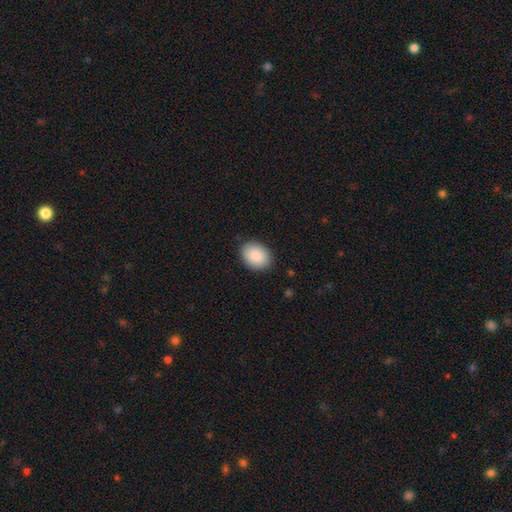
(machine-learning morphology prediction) This is clearly a smooth galaxy (90%). How rounded: likely in between (71%). Merging: clearly none (87%).